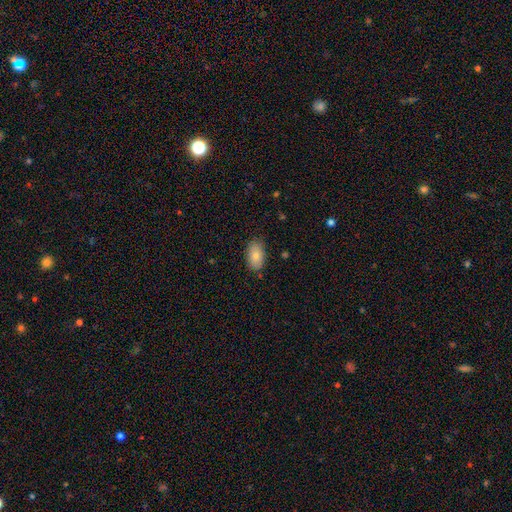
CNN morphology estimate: smooth_or_featured: smooth (p=0.83) [alt: featured or disk p=0.10]
how_rounded: in between (p=0.93) [alt: round p=0.05]
merging: none (p=0.83) [alt: minor disturbance p=0.13]